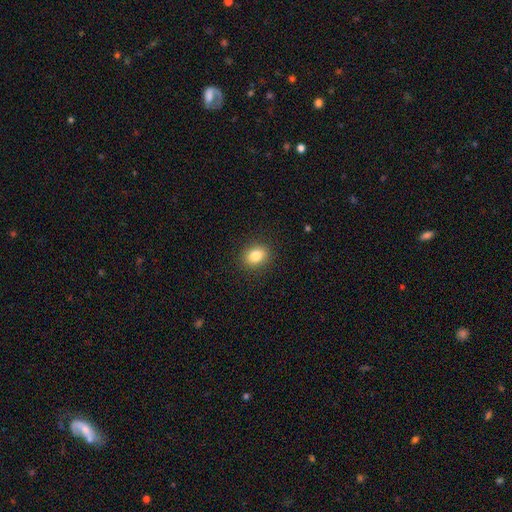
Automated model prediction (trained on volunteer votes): Morphology: type=smooth (82%); roundness=round (51%); merging=none (90%).